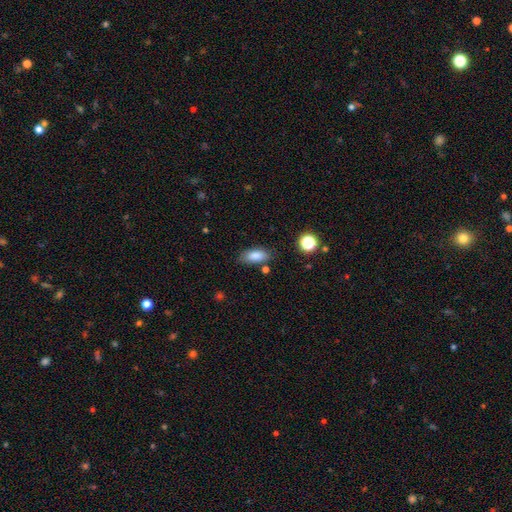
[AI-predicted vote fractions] This appears to be a smooth galaxy with no disk features (85%) that is in between round and cigar-shaped (86%). Merging: none (78%).